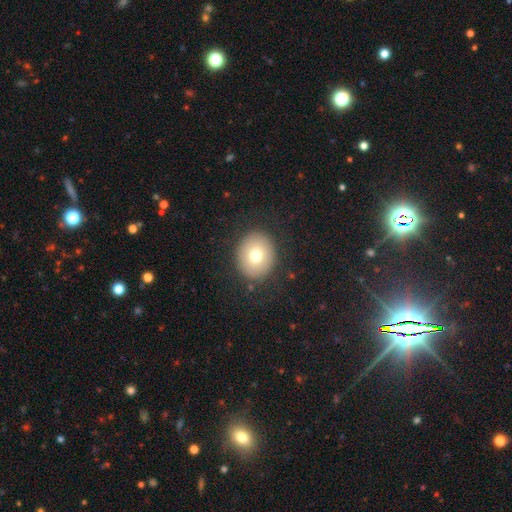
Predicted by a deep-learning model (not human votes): Smooth or featured?
  - smooth: 72% *
  - featured or disk: 16%
  - star or artifact: 11%
How rounded?
  - round: 73% *
  - in between: 26%
  - cigar-shaped: 1%
Merging?
  - none: 87% *
  - minor disturbance: 8%
  - major disturbance: 3%
  - merger: 1%